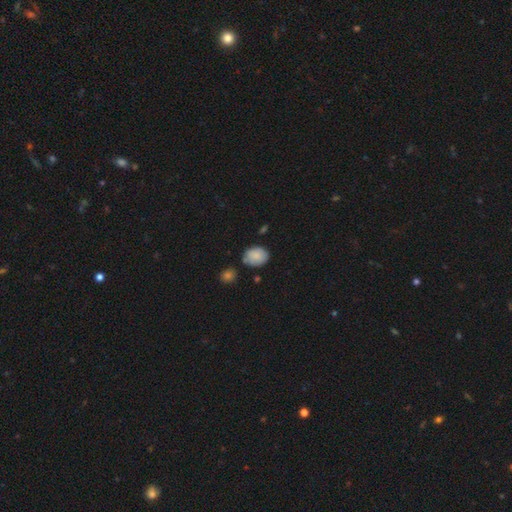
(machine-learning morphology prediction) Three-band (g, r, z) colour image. It shows a smooth galaxy with no disk features (83%) that is in between round and cigar-shaped (61%). Merging: none (64%).